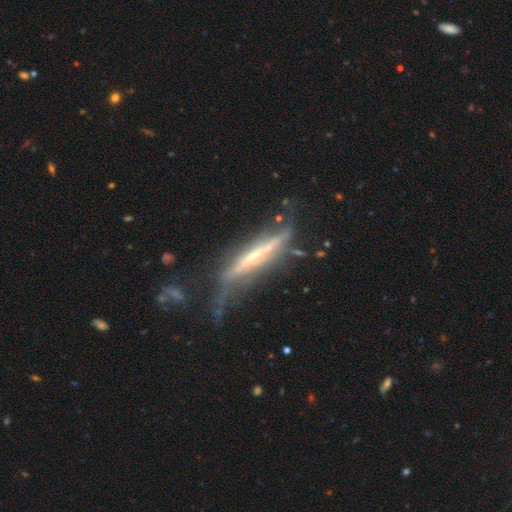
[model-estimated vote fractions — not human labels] Overall: featured or disk (76%). Edge-on disk: yes (84%). Edge-on bulge: none (55%; rounded 31%). Merging: none (42%; minor disturbance 29%).